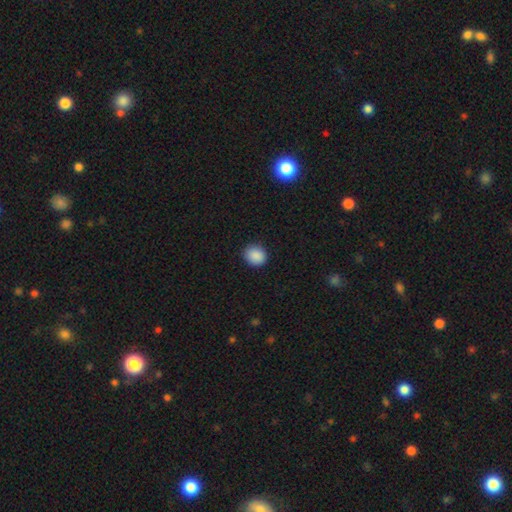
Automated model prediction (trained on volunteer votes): Morphology: type=smooth (89%); roundness=round (77%); merging=none (89%).